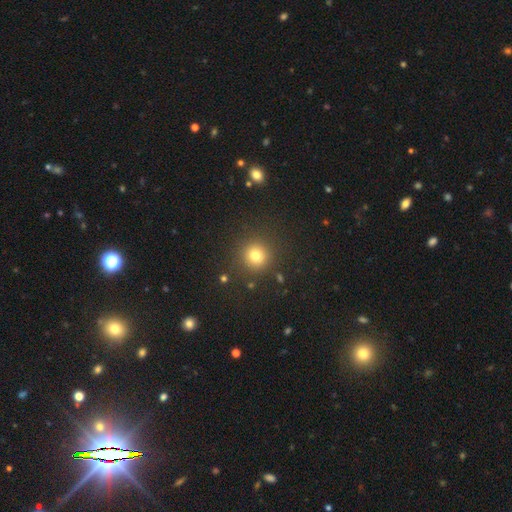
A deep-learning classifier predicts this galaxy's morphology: A smooth galaxy with no disk features (77%) that is round (94%).

Vote fractions:
- Smooth or featured? smooth: 77% / star or artifact: 16% / featured or disk: 7%
- How rounded? round: 94% / in between: 5% / cigar-shaped: 1%
- Merging? none: 88% / minor disturbance: 6% / major disturbance: 3% / merger: 2%